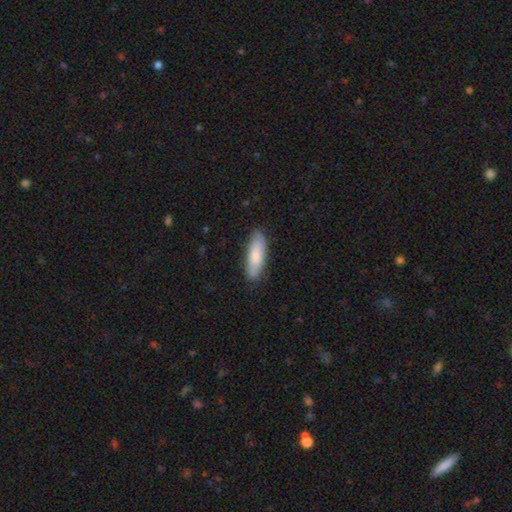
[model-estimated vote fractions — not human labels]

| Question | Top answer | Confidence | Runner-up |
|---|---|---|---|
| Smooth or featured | smooth | 78% | featured or disk (17%) |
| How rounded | in between | 51% | cigar-shaped (47%) |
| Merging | none | 85% | minor disturbance (11%) |